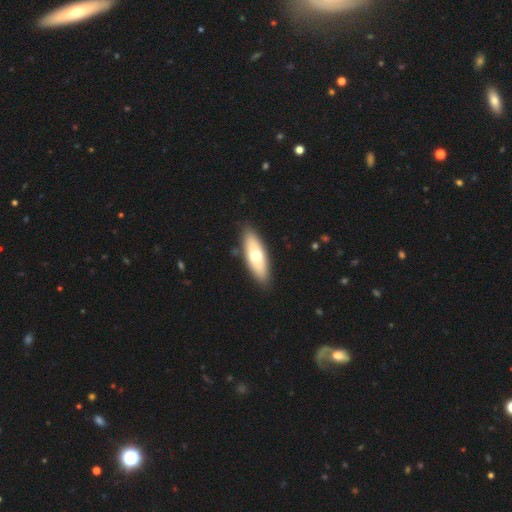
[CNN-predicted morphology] Smooth or featured?
  - smooth: 59% *
  - featured or disk: 36%
  - star or artifact: 5%
How rounded?
  - in between: 63% *
  - cigar-shaped: 34%
  - round: 2%
Merging?
  - none: 87% *
  - minor disturbance: 9%
  - major disturbance: 2%
  - merger: 1%